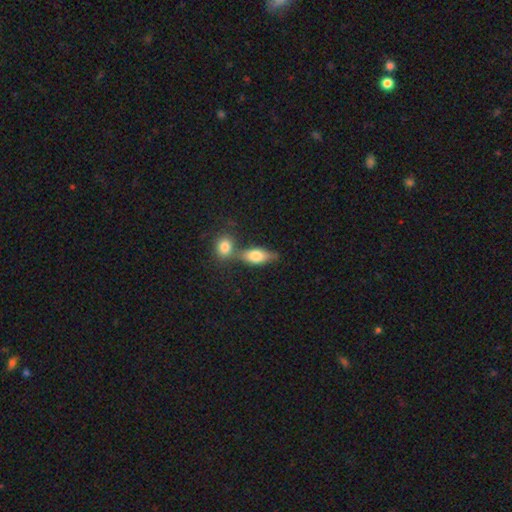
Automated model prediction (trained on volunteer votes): Smooth or featured: smooth — 73% (featured or disk — 20%)
How rounded: in between — 78% (cigar-shaped — 13%)
Merging: none — 44% (merger — 38%)